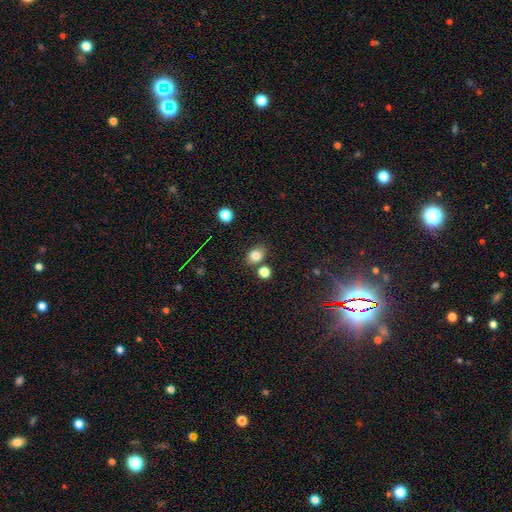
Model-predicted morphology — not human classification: Overall: smooth (81%). How rounded: round (52%; in between 47%). Merging: none (72%).